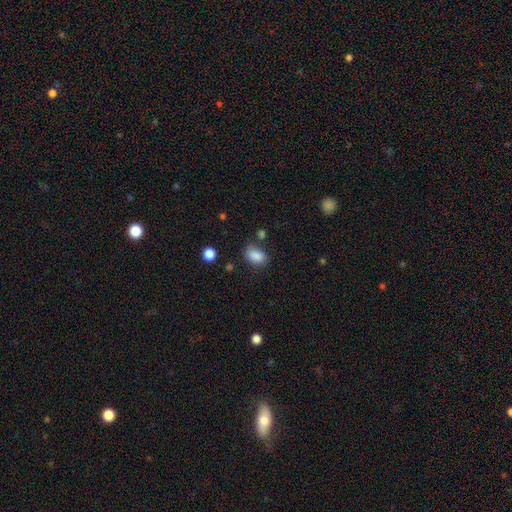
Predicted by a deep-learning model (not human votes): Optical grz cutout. It shows a smooth galaxy with no disk features (86%) that is in between round and cigar-shaped (82%). Merging: none (69%).